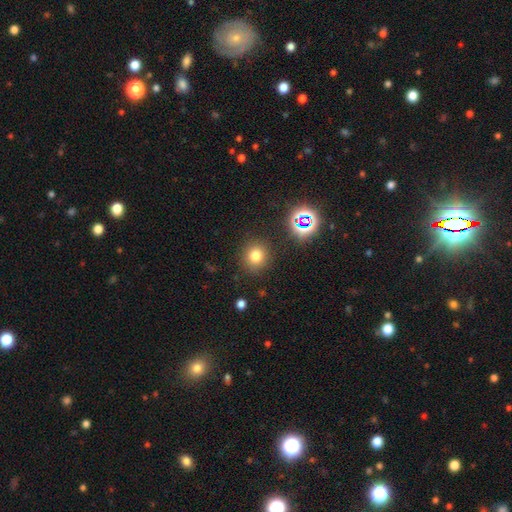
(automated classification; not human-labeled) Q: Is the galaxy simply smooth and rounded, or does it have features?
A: smooth — 75%.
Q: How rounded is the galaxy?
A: round — 88%.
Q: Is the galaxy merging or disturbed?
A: none — 86%.